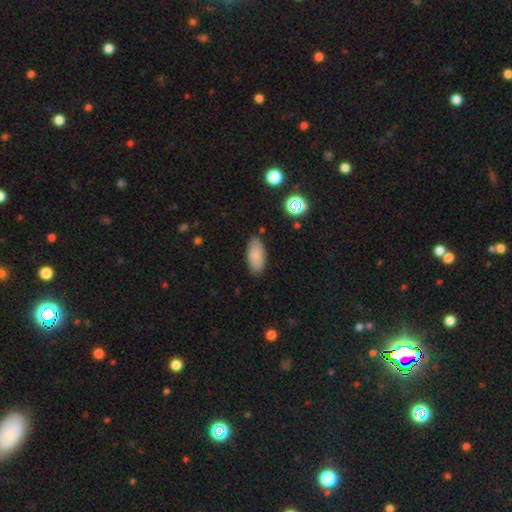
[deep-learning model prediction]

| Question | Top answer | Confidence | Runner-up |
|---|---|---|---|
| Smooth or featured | smooth | 85% | star or artifact (8%) |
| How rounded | in between | 90% | cigar-shaped (8%) |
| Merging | none | 84% | minor disturbance (12%) |